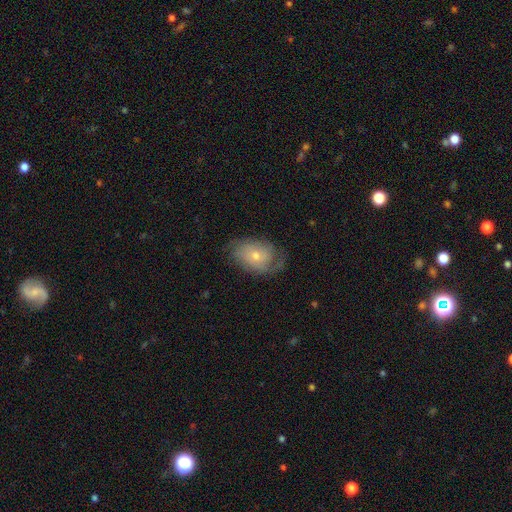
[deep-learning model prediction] Smooth or featured? featured or disk (58%)
Edge-on disk? no (95%)
Bar? no (81%)
Spiral arms? yes (80%)
Bulge size? small (57%)
Merging? none (64%)